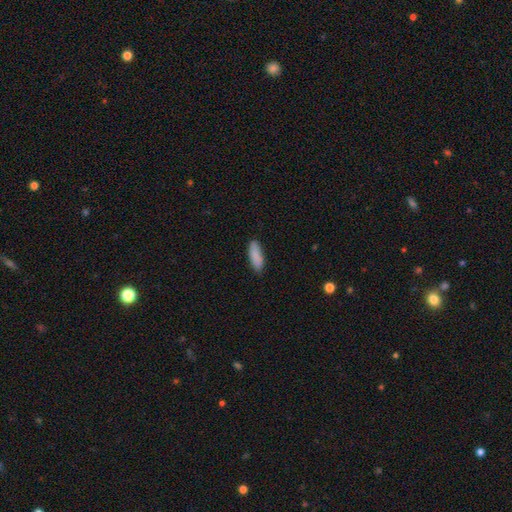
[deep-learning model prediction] A smooth galaxy with no disk features (89%) that is in between round and cigar-shaped (57%). Merging: none (85%).